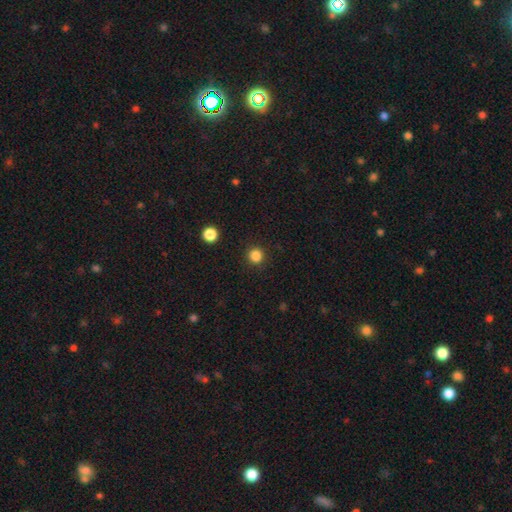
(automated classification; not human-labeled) Morphology: type=smooth (84%); roundness=round (95%); merging=none (92%).